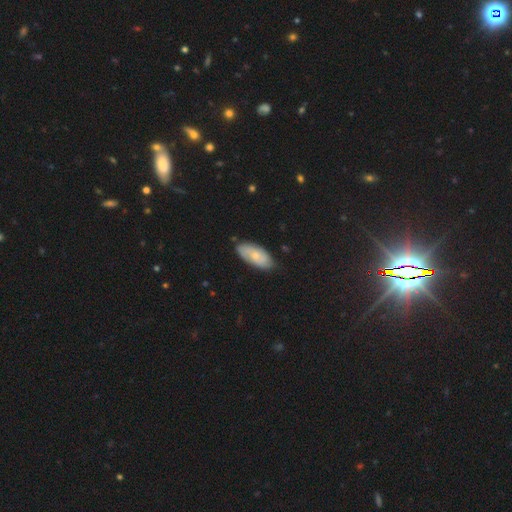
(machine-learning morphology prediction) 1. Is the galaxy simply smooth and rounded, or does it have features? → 59% smooth, 35% featured or disk, 6% star or artifact.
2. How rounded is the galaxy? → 90% in between, 8% cigar-shaped, 2% round.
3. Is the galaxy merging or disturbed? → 76% none, 19% minor disturbance, 3% major disturbance, 2% merger.